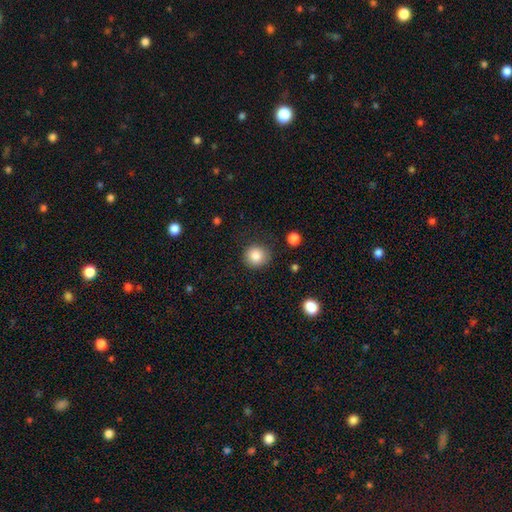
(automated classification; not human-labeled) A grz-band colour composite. It shows a smooth galaxy with no disk features (86%) that is round (91%). Merging: none (85%).